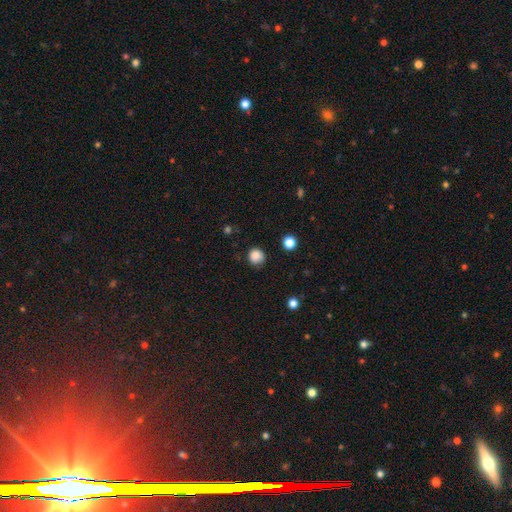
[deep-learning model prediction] Smooth or featured? Predicted: smooth (p=0.85). How rounded? Predicted: round (p=0.88). Merging? Predicted: none (p=0.78).